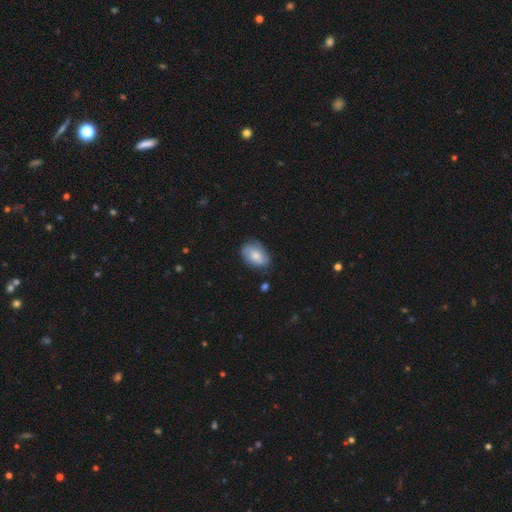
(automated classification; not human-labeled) smooth-or-featured: smooth: 54% | featured or disk: 38% | star or artifact: 7%
  how-rounded: in between: 81% | round: 17% | cigar-shaped: 2%
  merging: none: 68% | minor disturbance: 24% | major disturbance: 6% | merger: 2%